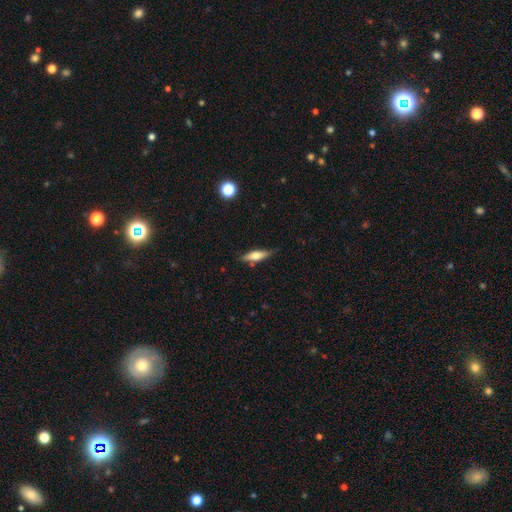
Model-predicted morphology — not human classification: smooth 57%, featured or disk 36%, star or artifact 7%. Down the decision tree: how rounded — cigar-shaped (61%); merging — none (76%).